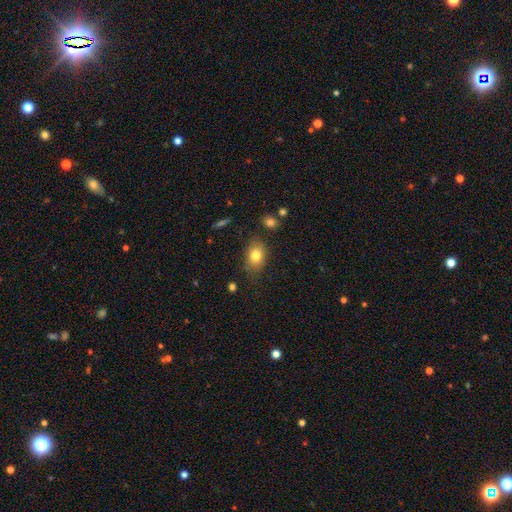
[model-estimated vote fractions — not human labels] The model was most divided on "how rounded": in between: 75%, round: 23%, cigar-shaped: 2%. More confident: smooth or featured — smooth (80%); merging — none (77%).